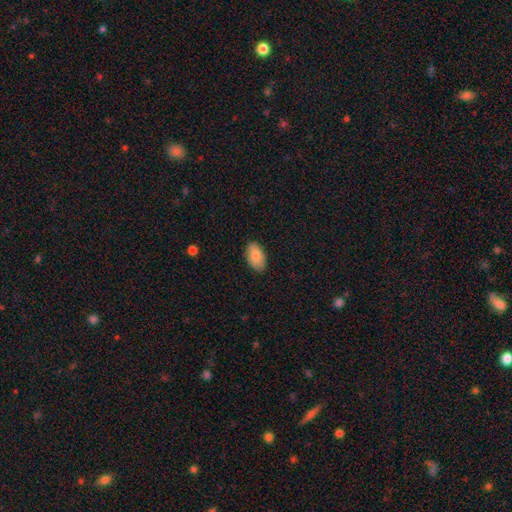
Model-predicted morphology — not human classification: This appears to be a smooth galaxy with no disk features (86%) that is in between round and cigar-shaped (95%). Merging: none (87%).